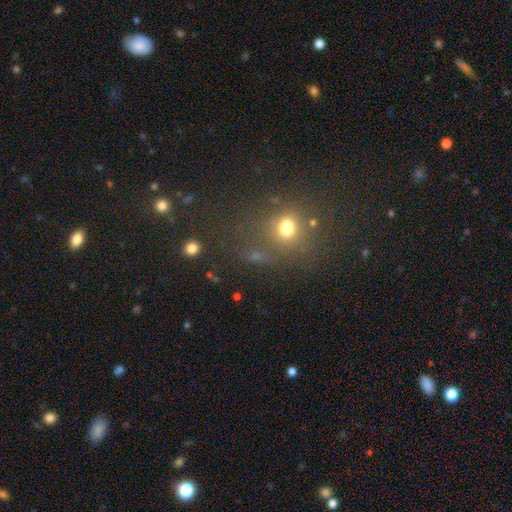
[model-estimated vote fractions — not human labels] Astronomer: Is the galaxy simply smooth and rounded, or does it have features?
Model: smooth — 58%.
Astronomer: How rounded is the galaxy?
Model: round — 74%.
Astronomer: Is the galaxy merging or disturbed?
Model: none — 68%.